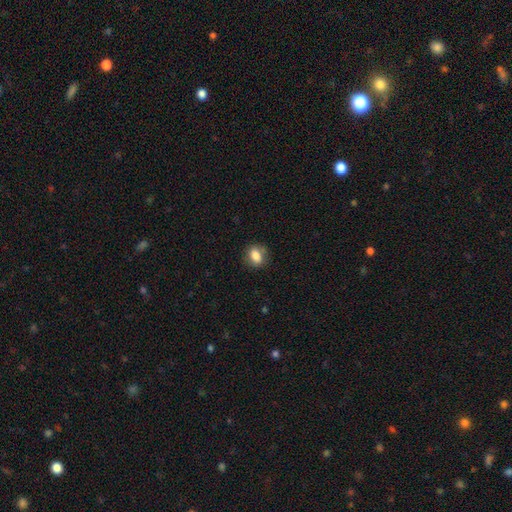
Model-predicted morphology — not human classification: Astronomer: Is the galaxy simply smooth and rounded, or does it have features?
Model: smooth — 82%.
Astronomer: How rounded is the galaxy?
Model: in between — 64%.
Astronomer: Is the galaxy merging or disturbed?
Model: none — 77%.